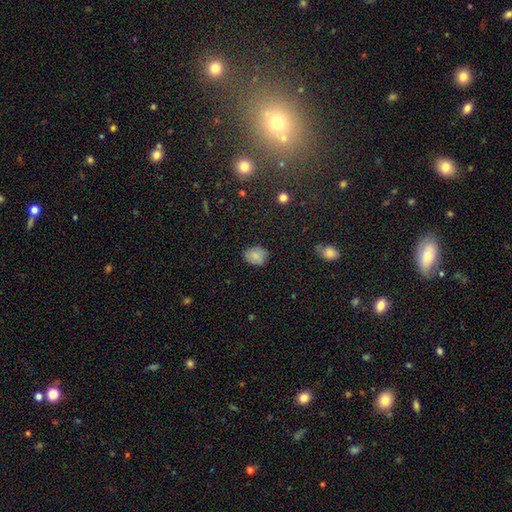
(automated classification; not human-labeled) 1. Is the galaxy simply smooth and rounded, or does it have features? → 80% smooth, 11% featured or disk, 9% star or artifact.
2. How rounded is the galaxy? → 53% round, 46% in between, 1% cigar-shaped.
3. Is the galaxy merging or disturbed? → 78% none, 18% minor disturbance, 3% major disturbance, 1% merger.